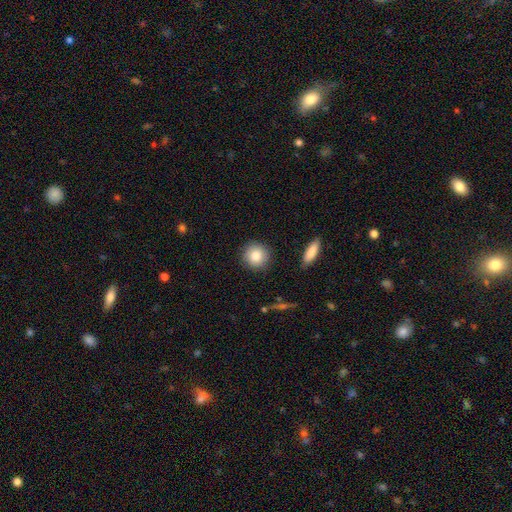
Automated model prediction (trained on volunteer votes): A smooth galaxy with no disk features (85%) that is round (91%).

Vote fractions:
- Smooth or featured? smooth: 85% / star or artifact: 8% / featured or disk: 7%
- How rounded? round: 91% / in between: 8% / cigar-shaped: 1%
- Merging? none: 88% / minor disturbance: 8% / major disturbance: 2% / merger: 2%